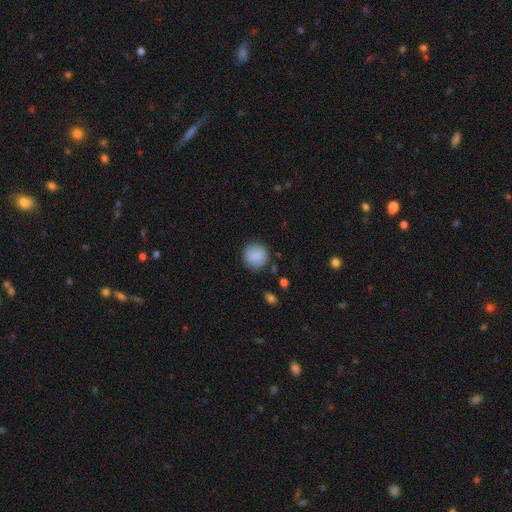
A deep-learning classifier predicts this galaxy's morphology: A smooth galaxy with no disk features (88%) that is round (92%). Merging: none (87%).